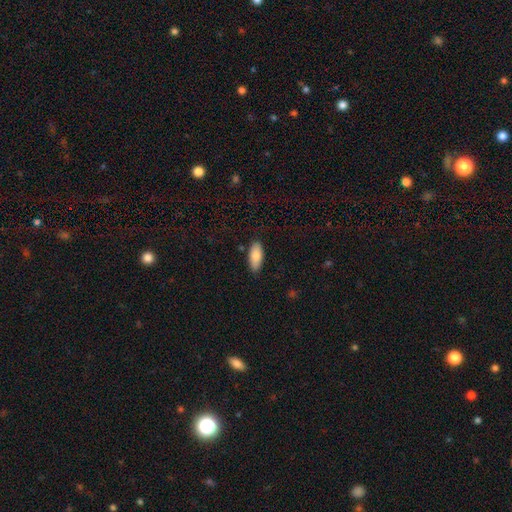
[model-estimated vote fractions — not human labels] Smooth or featured? Predicted: smooth (p=0.85). How rounded? Predicted: in between (p=0.84). Merging? Predicted: none (p=0.85).